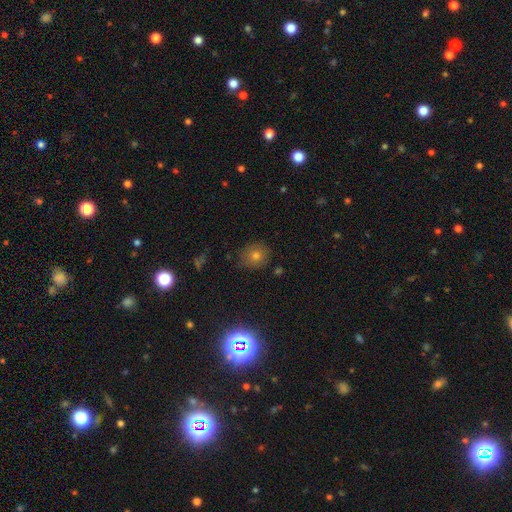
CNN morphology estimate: smooth 65%, star or artifact 24%, featured or disk 11%. Down the decision tree: how rounded — round (83%); merging — none (81%).